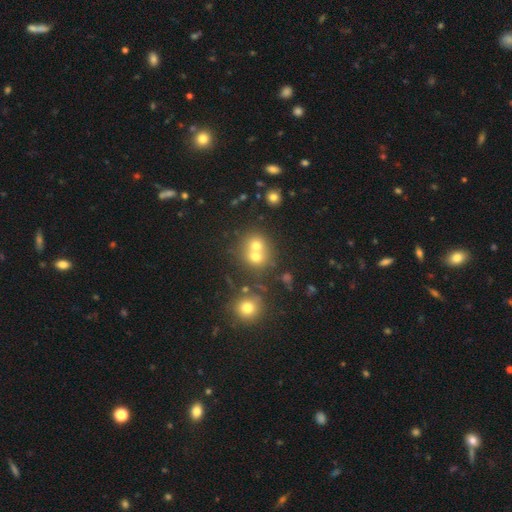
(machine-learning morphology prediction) A smooth galaxy with no disk features (65%) that is round (80%).

Vote fractions:
- Smooth or featured? smooth: 65% / featured or disk: 19% / star or artifact: 17%
- How rounded? round: 80% / in between: 19% / cigar-shaped: 1%
- Merging? merger: 54% / none: 37% / minor disturbance: 6% / major disturbance: 3%